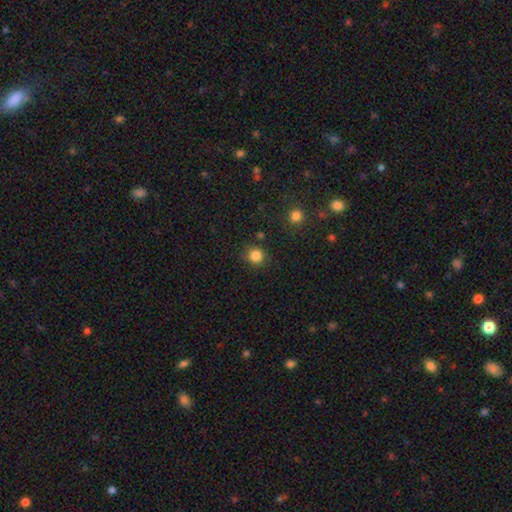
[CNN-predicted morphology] A smooth galaxy with no disk features (84%) that is round (92%). Merging: none (86%).